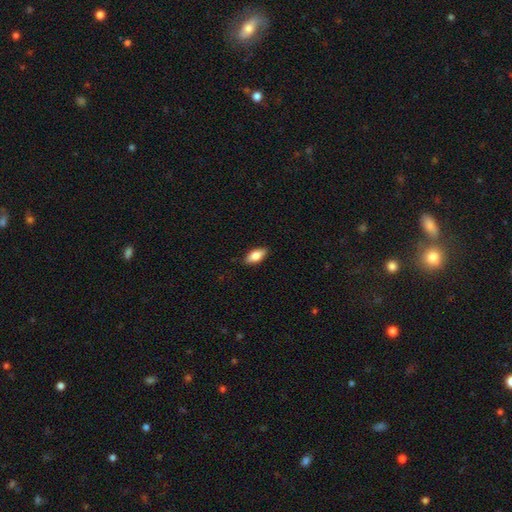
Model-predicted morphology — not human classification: A smooth galaxy with no disk features (77%) that is in between round and cigar-shaped (85%).

Vote fractions:
- Smooth or featured? smooth: 77% / featured or disk: 16% / star or artifact: 7%
- How rounded? in between: 85% / cigar-shaped: 12% / round: 3%
- Merging? none: 87% / minor disturbance: 10% / major disturbance: 2% / merger: 1%